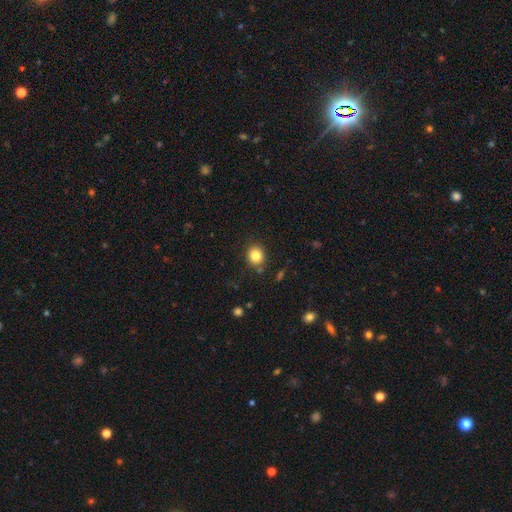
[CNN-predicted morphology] type=smooth (82%); roundness=round (76%); merging=none (85%).